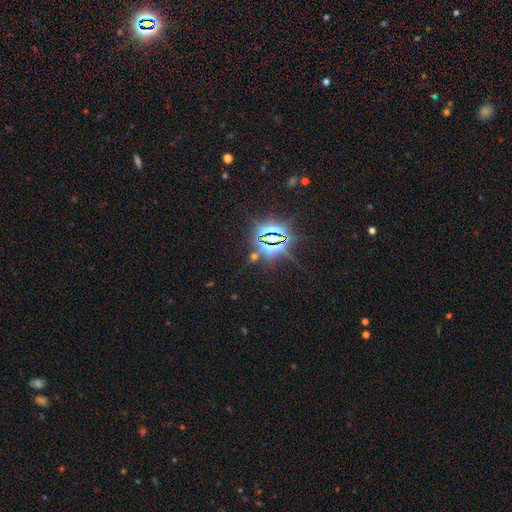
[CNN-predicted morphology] Q: Smooth or featured?
A: star or artifact (84%); runner-up: smooth (8%)